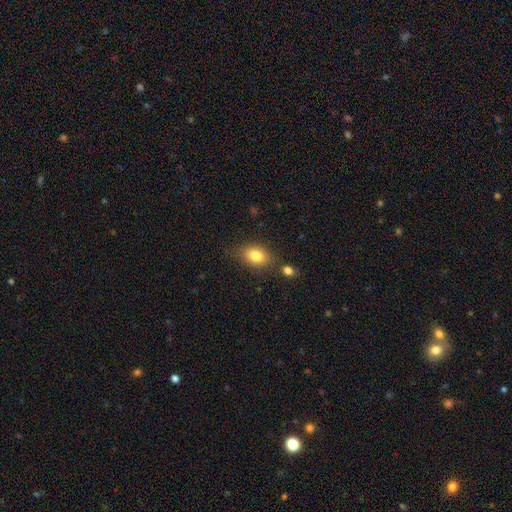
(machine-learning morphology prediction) The model was most divided on "how rounded": in between: 76%, round: 22%, cigar-shaped: 2%. More confident: smooth or featured — smooth (81%); merging — none (73%).